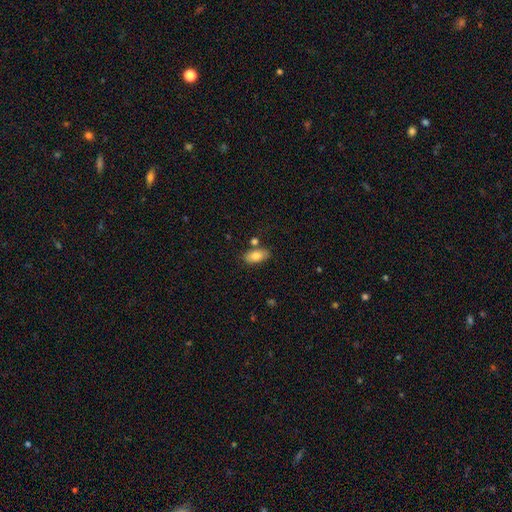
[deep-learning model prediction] A smooth galaxy with no disk features (81%) that is in between round and cigar-shaped (91%). Merging: none (75%).